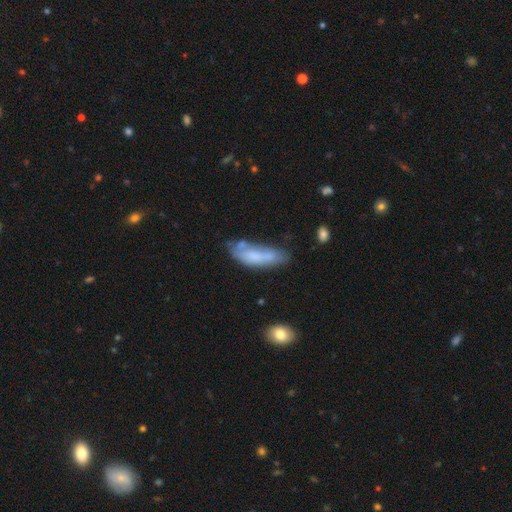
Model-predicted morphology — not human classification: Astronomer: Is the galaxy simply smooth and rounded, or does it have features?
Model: smooth — 60%.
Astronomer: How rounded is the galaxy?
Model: in between — 58% (runner-up: cigar-shaped, 40%).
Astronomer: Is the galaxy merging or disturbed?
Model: none — 36% (runner-up: minor disturbance, 31%).